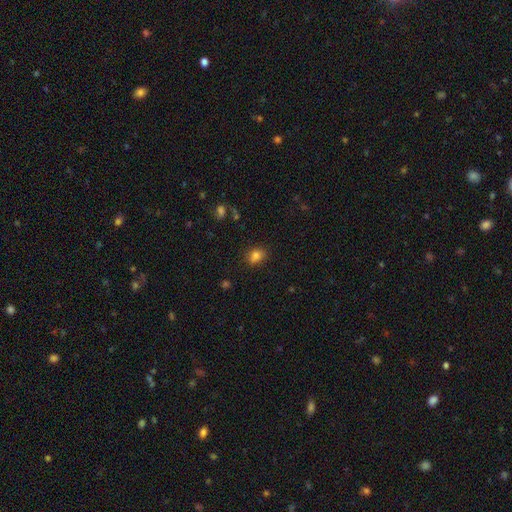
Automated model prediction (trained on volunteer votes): Morphology: type=smooth (80%); roundness=in between (54%); merging=none (79%).